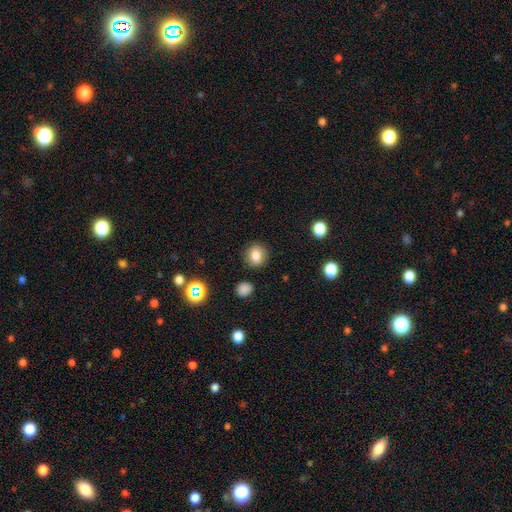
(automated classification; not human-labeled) Smooth or featured: smooth — 81% (star or artifact — 11%)
How rounded: round — 75% (in between — 24%)
Merging: none — 87% (minor disturbance — 8%)